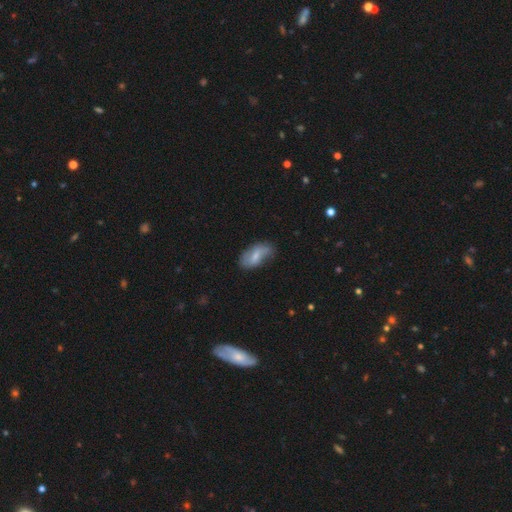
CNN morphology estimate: smooth_or_featured: smooth (p=0.54) [alt: featured or disk p=0.39]
how_rounded: in between (p=0.91) [alt: cigar-shaped p=0.05]
merging: none (p=0.58) [alt: minor disturbance p=0.30]